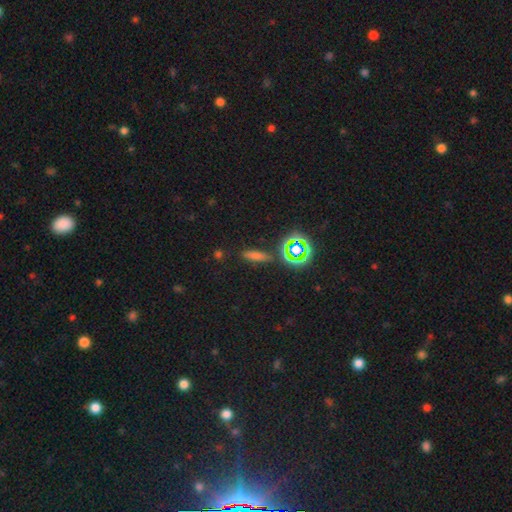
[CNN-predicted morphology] Overall: smooth (59%; star or artifact 26%). How rounded: cigar-shaped (70%). Merging: none (83%).